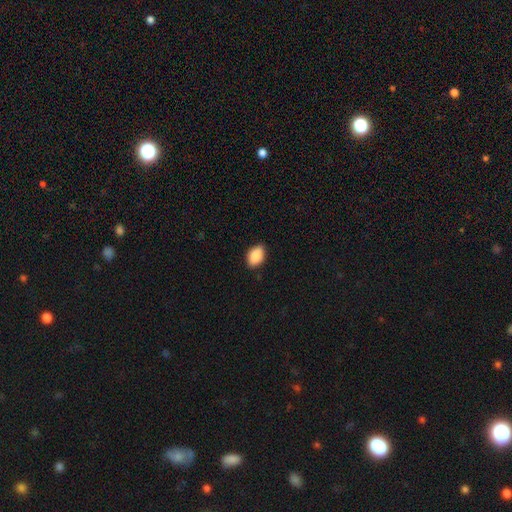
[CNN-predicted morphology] Overall: smooth (90%). How rounded: in between (87%). Merging: none (87%).